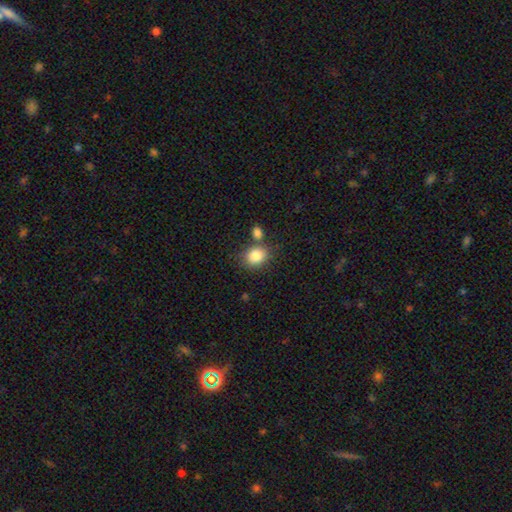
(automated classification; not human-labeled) This is clearly a smooth galaxy (85%). How rounded: possibly round (54%). Merging: likely none (64%).